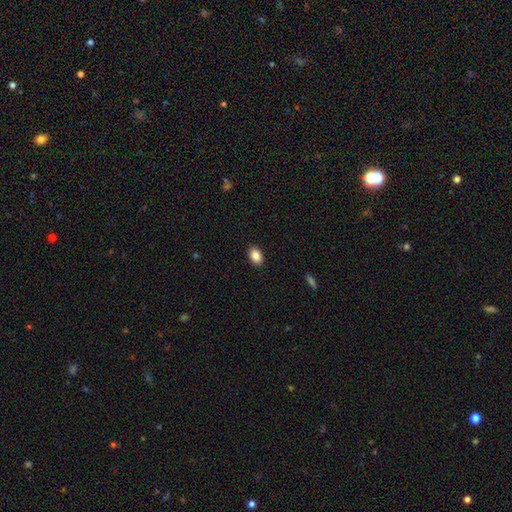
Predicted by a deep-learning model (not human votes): A smooth galaxy with no disk features (87%) that is in between round and cigar-shaped (83%).

Vote fractions:
- Smooth or featured? smooth: 87% / star or artifact: 8% / featured or disk: 5%
- How rounded? in between: 83% / round: 16% / cigar-shaped: 1%
- Merging? none: 90% / minor disturbance: 7% / major disturbance: 2% / merger: 1%